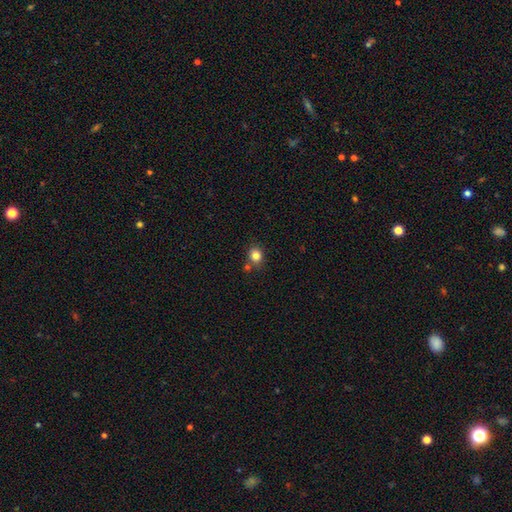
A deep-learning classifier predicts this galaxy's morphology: smooth_or_featured: smooth (p=0.82) [alt: star or artifact p=0.12]
how_rounded: round (p=0.75) [alt: in between p=0.24]
merging: none (p=0.73) [alt: merger p=0.12]